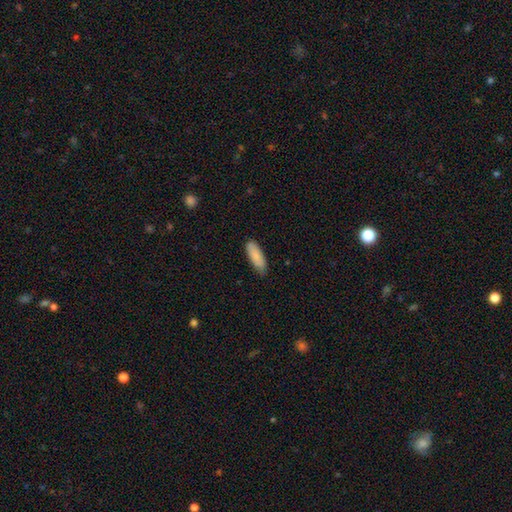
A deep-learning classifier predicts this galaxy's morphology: smooth_or_featured: smooth (p=0.87) [alt: featured or disk p=0.08]
how_rounded: in between (p=0.69) [alt: cigar-shaped p=0.30]
merging: none (p=0.79) [alt: minor disturbance p=0.18]